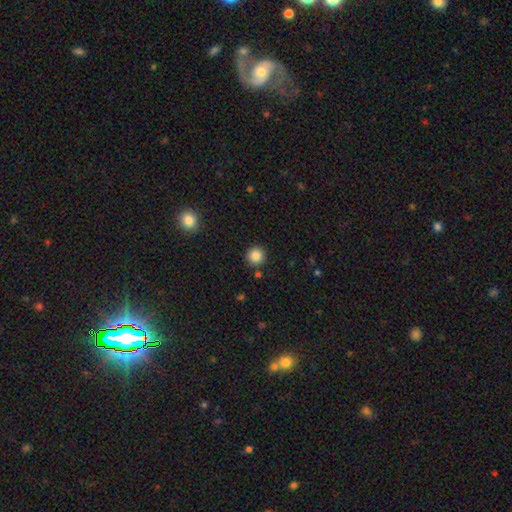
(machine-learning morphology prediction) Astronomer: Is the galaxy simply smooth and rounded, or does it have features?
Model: smooth — 85%.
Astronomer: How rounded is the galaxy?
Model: round — 94%.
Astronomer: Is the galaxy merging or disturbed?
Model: none — 90%.